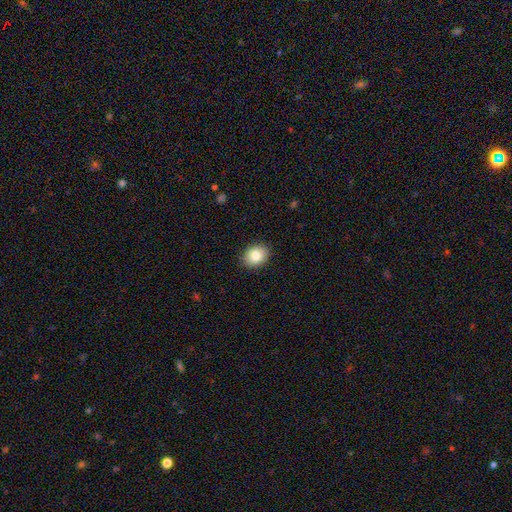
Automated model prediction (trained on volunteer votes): A smooth galaxy with no disk features (84%) that is in between round and cigar-shaped (59%). Merging: none (89%).